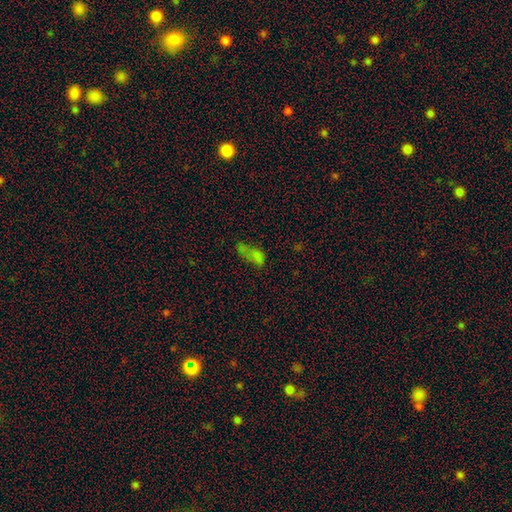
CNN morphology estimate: Overall: smooth (61%; star or artifact 25%). How rounded: in between (81%). Merging: none (32%; major disturbance 28%).